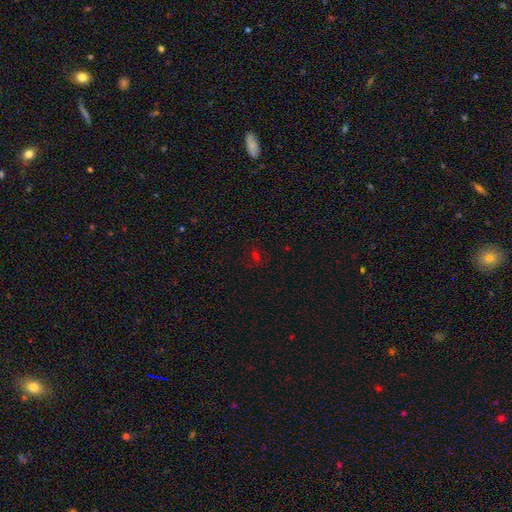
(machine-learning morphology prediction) This appears to be a star or artifact, not a galaxy (46%).